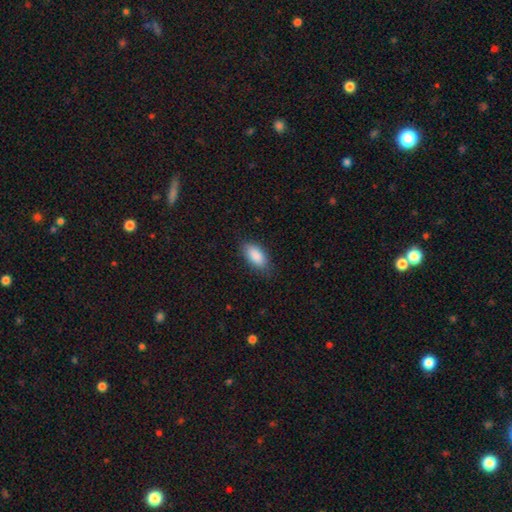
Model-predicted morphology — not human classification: This appears to be a smooth galaxy with no disk features (89%) that is in between round and cigar-shaped (91%). Merging: none (81%).